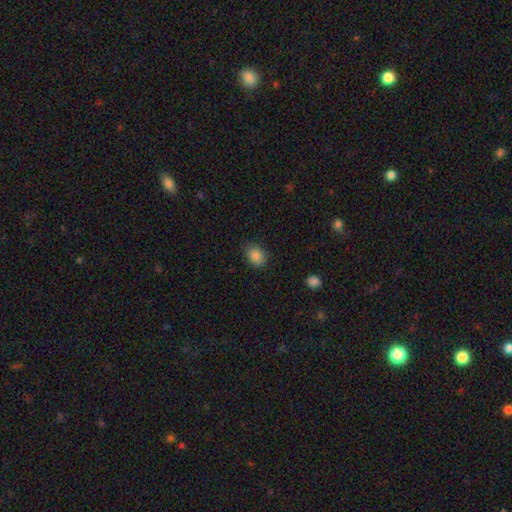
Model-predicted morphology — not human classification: Overall: smooth (85%). How rounded: in between (52%; round 47%). Merging: none (81%).